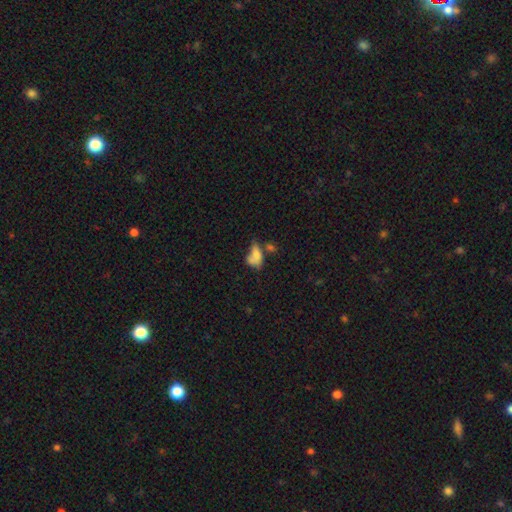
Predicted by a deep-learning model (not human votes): Smooth or featured: smooth — 66% (featured or disk — 22%)
How rounded: in between — 81% (round — 10%)
Merging: merger — 37% (none — 25%)